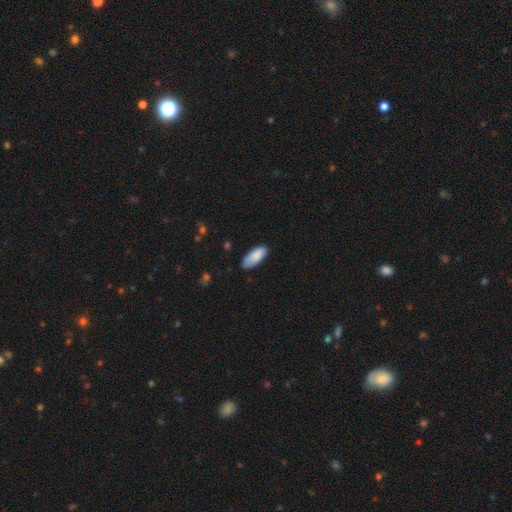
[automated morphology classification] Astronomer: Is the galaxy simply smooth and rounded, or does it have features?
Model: smooth — 88%.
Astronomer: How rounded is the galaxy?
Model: in between — 82%.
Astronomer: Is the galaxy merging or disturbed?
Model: none — 77%.